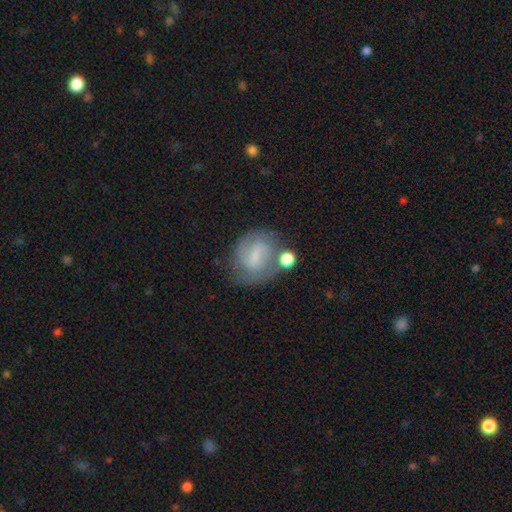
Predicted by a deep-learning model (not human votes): smooth_or_featured: featured or disk (p=0.59) [alt: smooth p=0.32]
disk_edge_on: no (p=0.97) [alt: yes p=0.03]
bar: weak (p=0.53) [alt: no p=0.24]
has_spiral_arms: yes (p=0.81) [alt: no p=0.19]
bulge_size: small (p=0.61) [alt: moderate p=0.18]
merging: none (p=0.58) [alt: minor disturbance p=0.20]